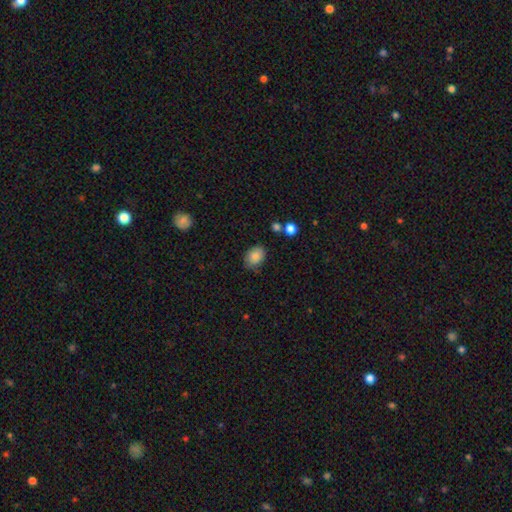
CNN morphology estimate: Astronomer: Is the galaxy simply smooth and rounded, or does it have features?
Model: smooth — 83%.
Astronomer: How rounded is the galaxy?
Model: in between — 72%.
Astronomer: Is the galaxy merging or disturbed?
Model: none — 75%.